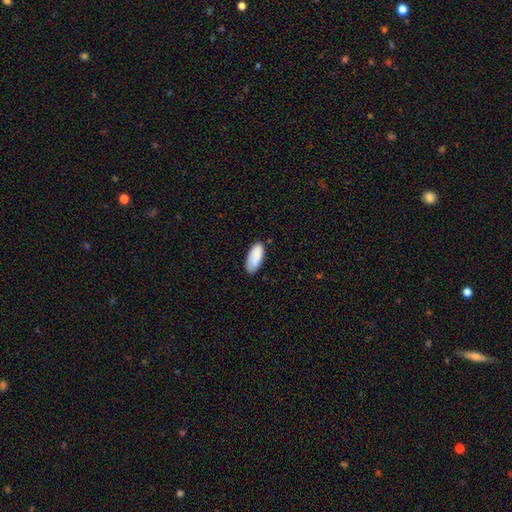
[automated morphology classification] type=smooth (86%); roundness=in between (86%); merging=none (76%).